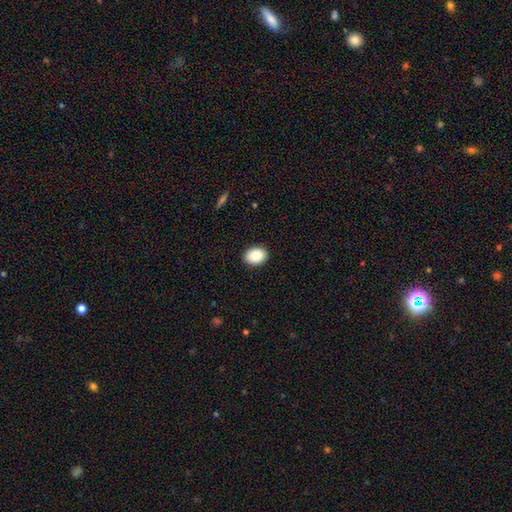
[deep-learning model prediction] This appears to be a smooth galaxy with no disk features (85%) that is in between round and cigar-shaped (72%). Merging: none (91%).